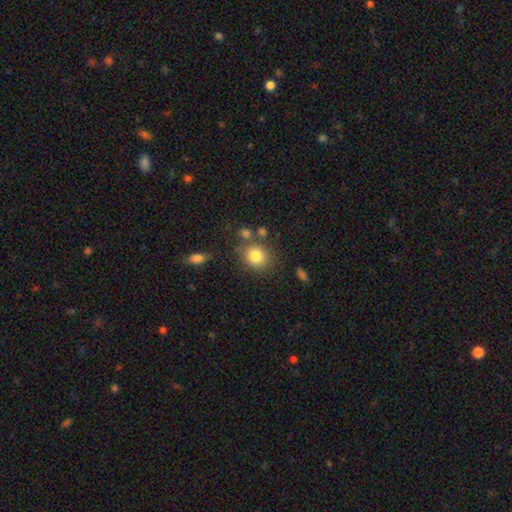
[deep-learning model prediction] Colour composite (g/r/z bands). It shows a smooth galaxy with no disk features (82%) that is round (78%). Merging: none (73%).